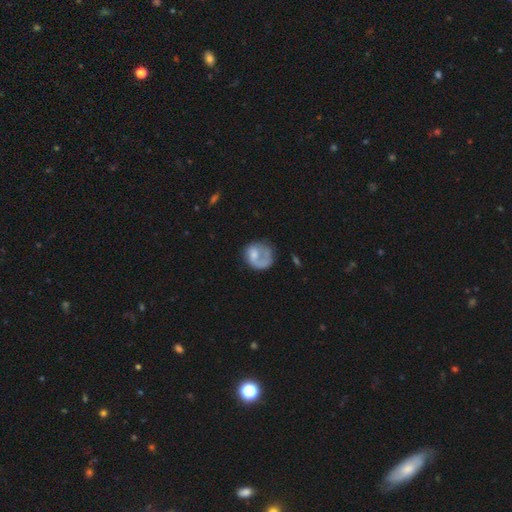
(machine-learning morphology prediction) The model was most divided on "smooth or featured": smooth: 47%, featured or disk: 46%, star or artifact: 7%. Remaining: merging — none (42%).